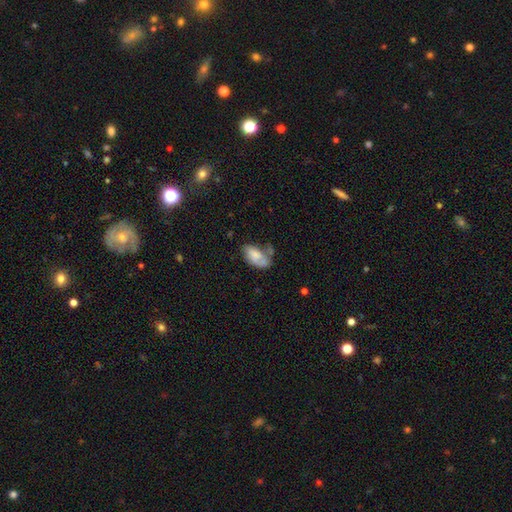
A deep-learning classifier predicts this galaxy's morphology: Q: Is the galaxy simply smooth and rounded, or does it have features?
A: smooth — 65%.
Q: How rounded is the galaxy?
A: in between — 92%.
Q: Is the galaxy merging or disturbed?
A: none — 31%.